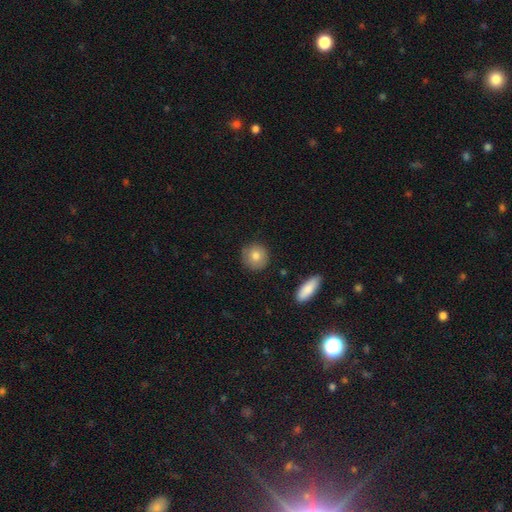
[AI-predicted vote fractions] Smooth or featured: smooth — 80% (featured or disk — 12%)
How rounded: round — 91% (in between — 8%)
Merging: none — 86% (minor disturbance — 10%)